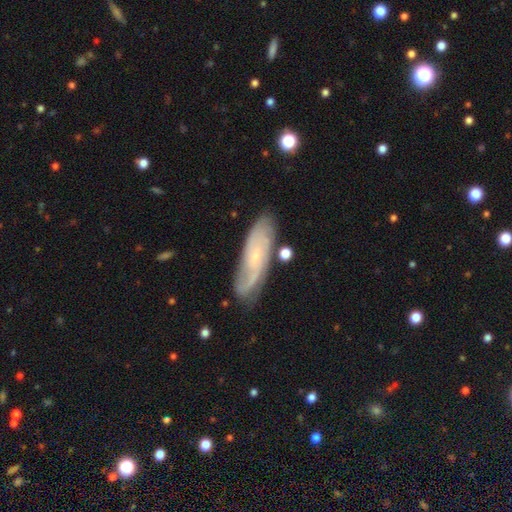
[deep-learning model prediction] Smooth or featured: featured or disk — 71% (smooth — 22%)
Edge-on disk: no — 84% (yes — 16%)
Bar: no — 67% (weak — 27%)
Spiral arms: yes — 91% (no — 9%)
Spiral winding: tight — 46% (medium — 38%)
Spiral arm count: 2 — 49% (can't tell — 32%)
Bulge size: small — 80% (moderate — 13%)
Merging: none — 74% (minor disturbance — 17%)